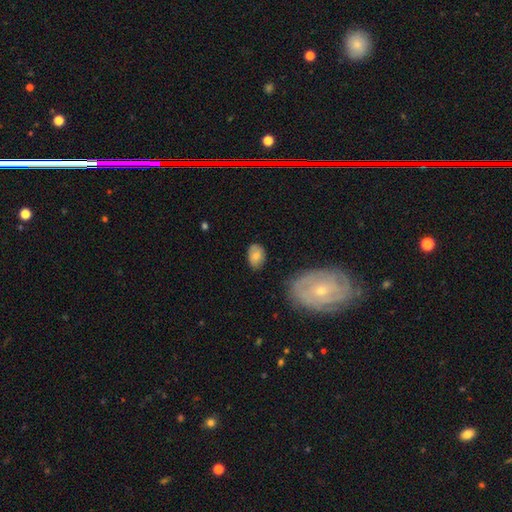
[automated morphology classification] smooth_or_featured: smooth (p=0.74) [alt: featured or disk p=0.19]
how_rounded: in between (p=0.80) [alt: round p=0.19]
merging: none (p=0.71) [alt: minor disturbance p=0.21]